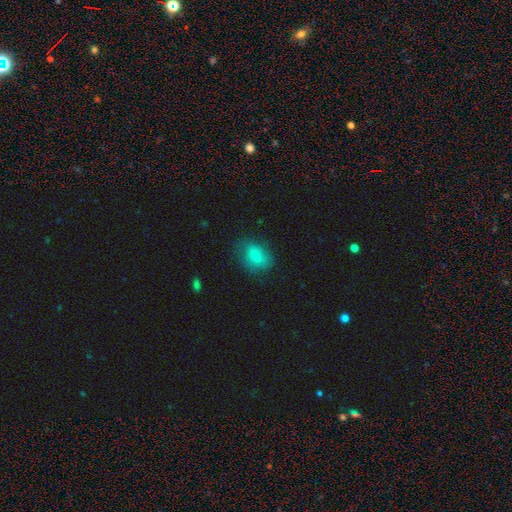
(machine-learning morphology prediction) The model was most divided on "how rounded": in between: 67%, round: 31%, cigar-shaped: 2%. More confident: smooth or featured — smooth (71%); merging — none (68%).